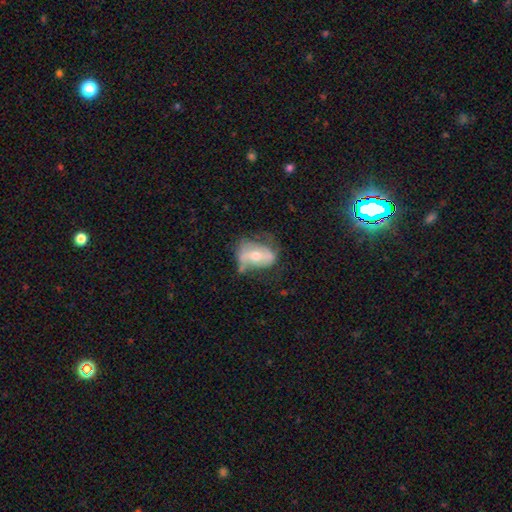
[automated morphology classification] smooth_or_featured: featured or disk (p=0.57) [alt: smooth p=0.35]
disk_edge_on: no (p=0.93) [alt: yes p=0.07]
bar: no (p=0.46) [alt: weak p=0.30]
has_spiral_arms: yes (p=0.53) [alt: no p=0.47]
bulge_size: moderate (p=0.61) [alt: small p=0.33]
merging: none (p=0.38) [alt: minor disturbance p=0.33]